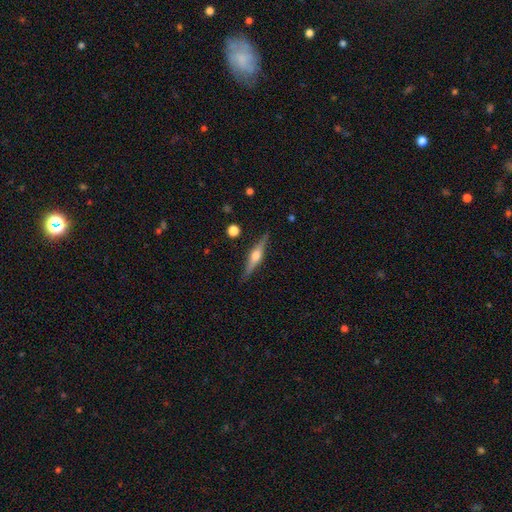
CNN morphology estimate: Smooth or featured: featured or disk — 72% (smooth — 22%)
Edge-on disk: yes — 97% (no — 3%)
Edge-on bulge: rounded — 93% (boxy — 5%)
Merging: none — 88% (minor disturbance — 9%)